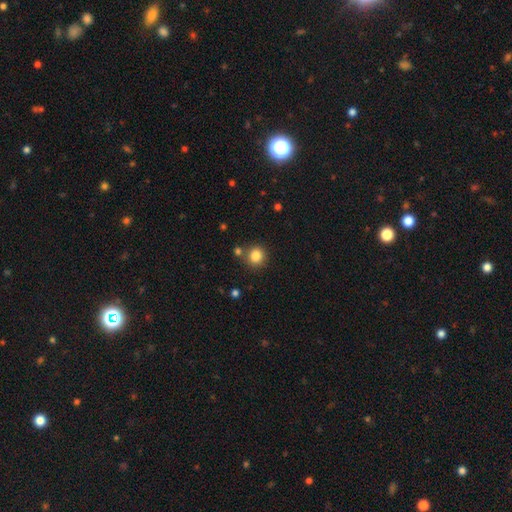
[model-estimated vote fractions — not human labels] Smooth or featured: smooth — 84% (star or artifact — 11%)
How rounded: round — 89% (in between — 10%)
Merging: none — 79% (merger — 10%)